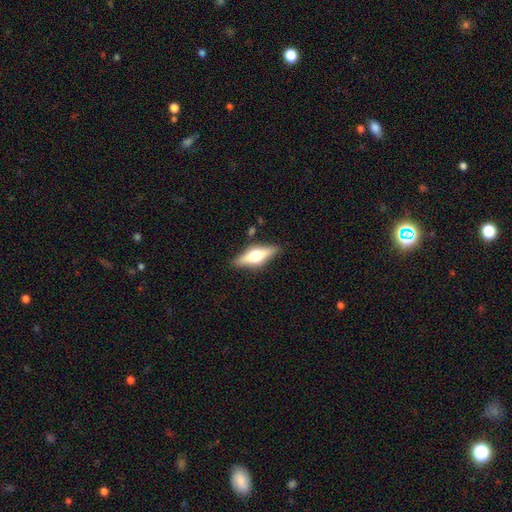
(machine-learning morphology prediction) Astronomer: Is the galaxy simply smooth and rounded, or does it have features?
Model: featured or disk — 58% (runner-up: smooth, 36%).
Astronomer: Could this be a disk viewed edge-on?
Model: yes — 94%.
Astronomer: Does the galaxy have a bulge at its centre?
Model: rounded — 94%.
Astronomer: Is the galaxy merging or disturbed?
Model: none — 86%.